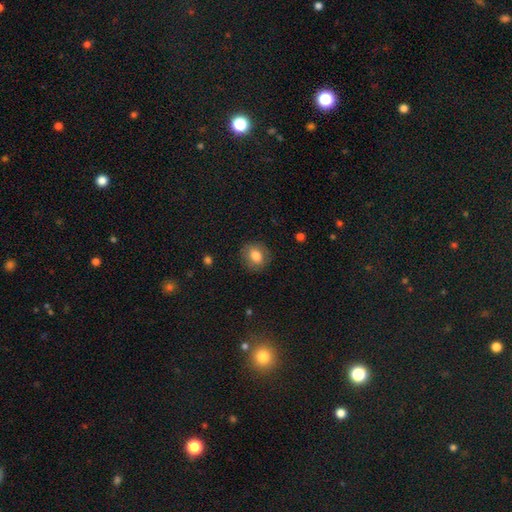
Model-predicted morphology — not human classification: Smooth or featured: smooth — 79% (featured or disk — 12%)
How rounded: round — 70% (in between — 29%)
Merging: none — 83% (minor disturbance — 12%)